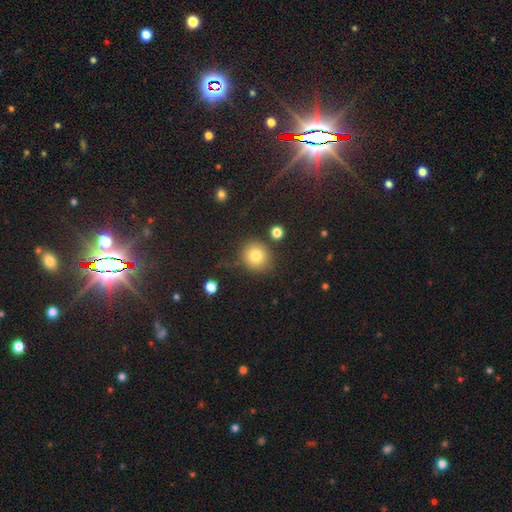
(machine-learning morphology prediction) This is likely a smooth galaxy (79%). How rounded: clearly round (87%). Merging: clearly none (81%).